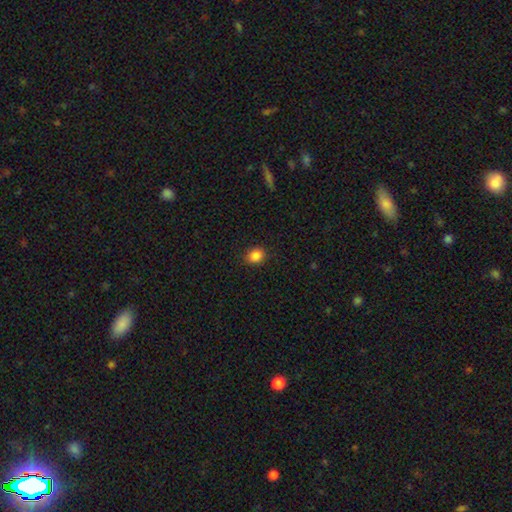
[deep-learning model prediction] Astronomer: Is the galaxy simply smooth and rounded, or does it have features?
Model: smooth — 85%.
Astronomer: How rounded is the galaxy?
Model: round — 63%.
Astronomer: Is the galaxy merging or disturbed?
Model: none — 88%.